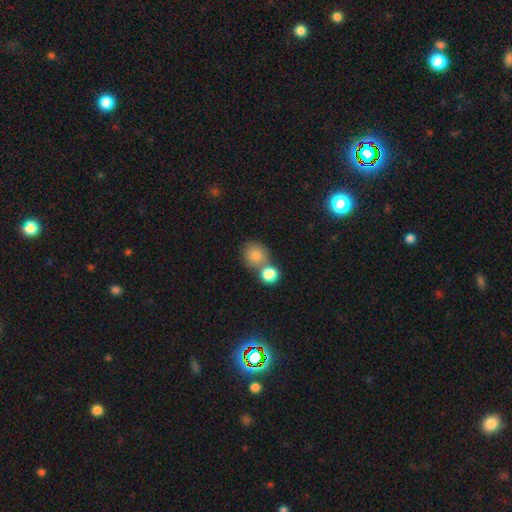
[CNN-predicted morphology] The model was most divided on "merging": none: 47%, merger: 38%, minor disturbance: 10%, major disturbance: 4%. More confident: how rounded — round (83%); smooth or featured — smooth (82%).